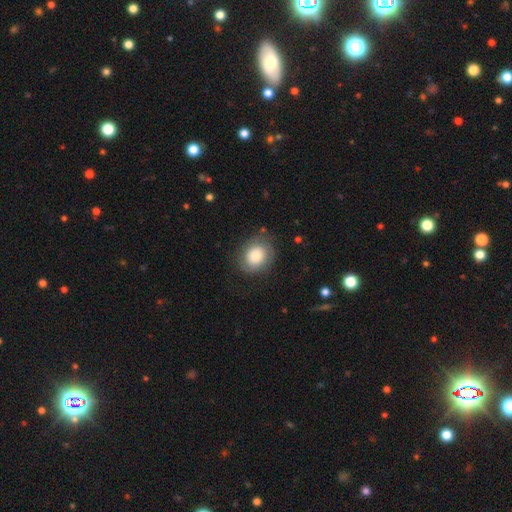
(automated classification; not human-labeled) smooth_or_featured: smooth (p=0.65) [alt: featured or disk p=0.27]
how_rounded: round (p=0.56) [alt: in between p=0.43]
merging: none (p=0.73) [alt: minor disturbance p=0.18]